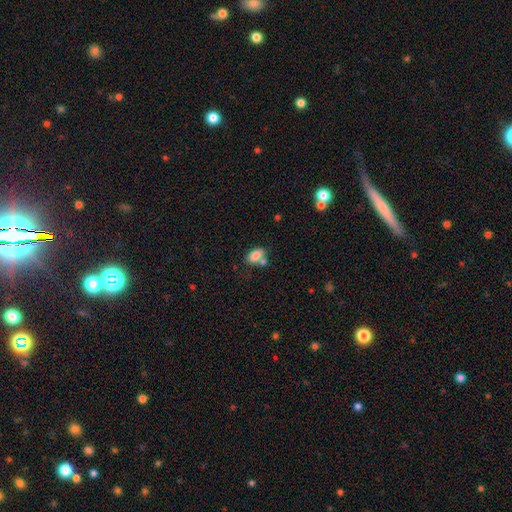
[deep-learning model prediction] A smooth galaxy with no disk features (81%) that is in between round and cigar-shaped (89%).

Vote fractions:
- Smooth or featured? smooth: 81% / featured or disk: 10% / star or artifact: 9%
- How rounded? in between: 89% / round: 8% / cigar-shaped: 3%
- Merging? none: 54% / merger: 26% / minor disturbance: 15% / major disturbance: 5%